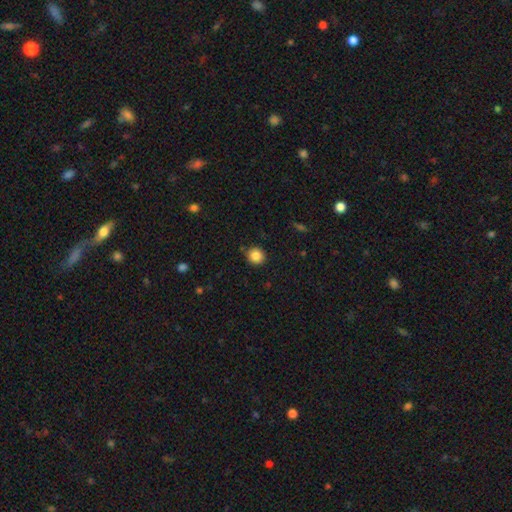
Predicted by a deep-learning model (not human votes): This is clearly a smooth galaxy (85%). How rounded: clearly round (89%). Merging: clearly none (87%).